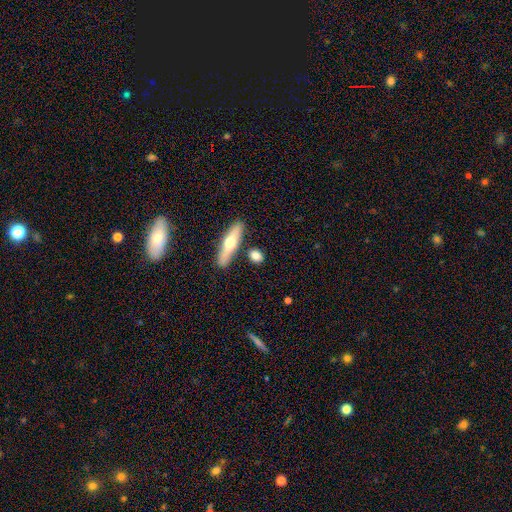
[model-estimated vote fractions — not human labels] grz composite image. It shows a smooth galaxy with no disk features (69%) that is in between round and cigar-shaped (44%). Merging: none (78%).